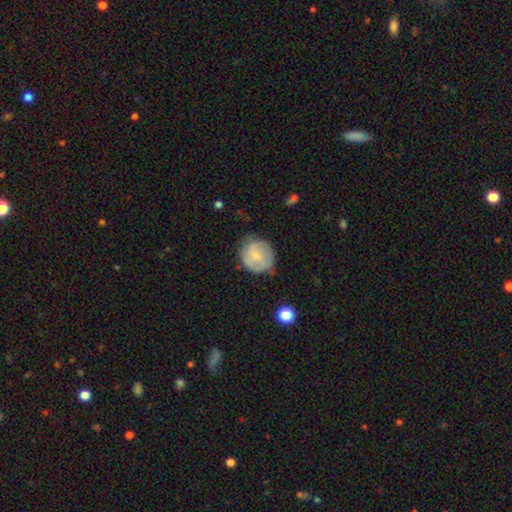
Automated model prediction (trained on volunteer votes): A featured or disk galaxy (49%). Merging: none (63%).